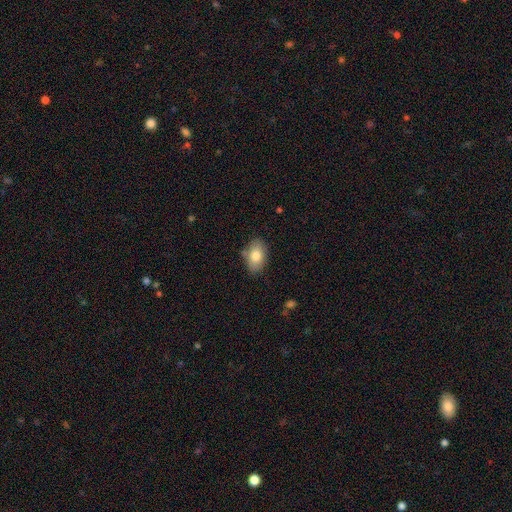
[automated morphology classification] Smooth or featured: smooth — 79% (featured or disk — 14%)
How rounded: in between — 88% (round — 10%)
Merging: none — 77% (minor disturbance — 17%)